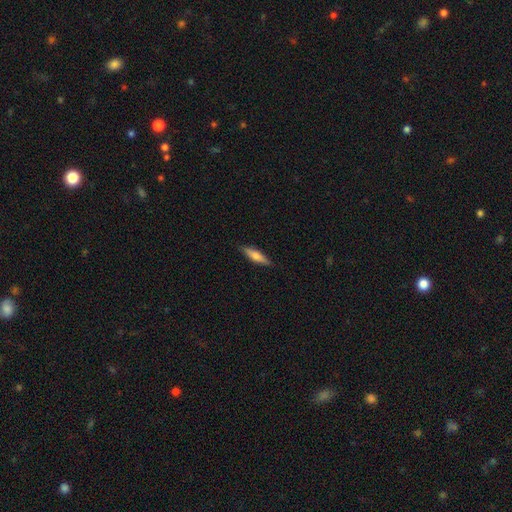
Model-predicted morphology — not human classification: Overall: smooth (61%; featured or disk 33%). How rounded: cigar-shaped (70%). Merging: none (86%).